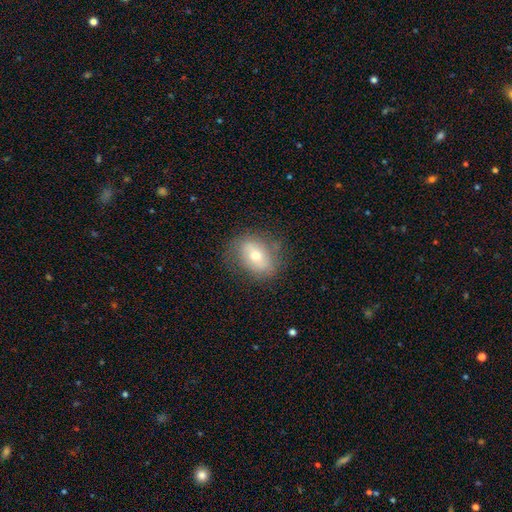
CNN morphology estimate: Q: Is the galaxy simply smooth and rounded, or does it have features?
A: smooth — 60%.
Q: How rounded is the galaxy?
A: in between — 70%.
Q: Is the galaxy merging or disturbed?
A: none — 75%.